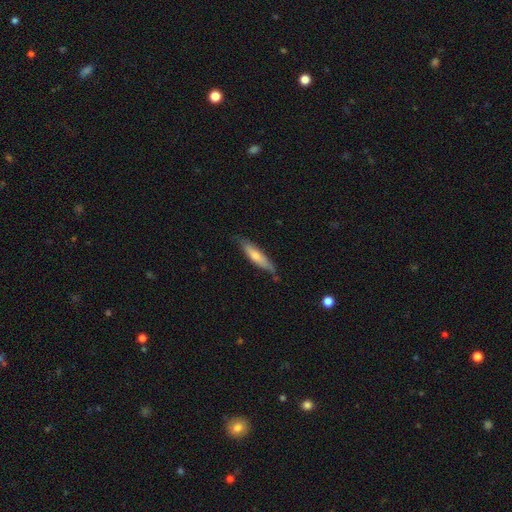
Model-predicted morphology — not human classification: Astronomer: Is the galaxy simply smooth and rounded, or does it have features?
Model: smooth — 61%.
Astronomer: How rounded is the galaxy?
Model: cigar-shaped — 79%.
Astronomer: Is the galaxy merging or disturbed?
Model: none — 72%.